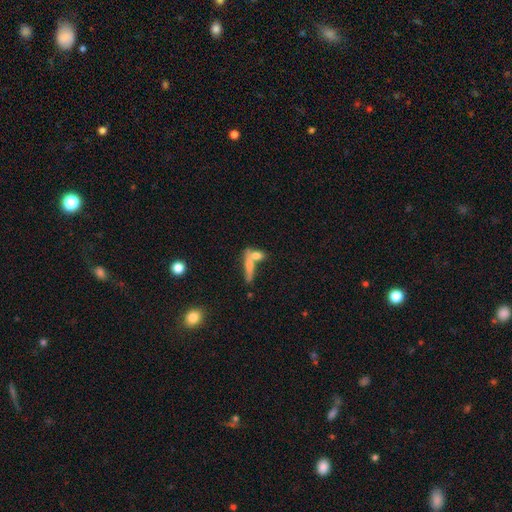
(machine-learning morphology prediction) Q: Smooth or featured?
A: smooth (64%); runner-up: featured or disk (26%)
Q: How rounded?
A: cigar-shaped (48%); runner-up: in between (44%)
Q: Merging?
A: merger (48%); runner-up: none (37%)